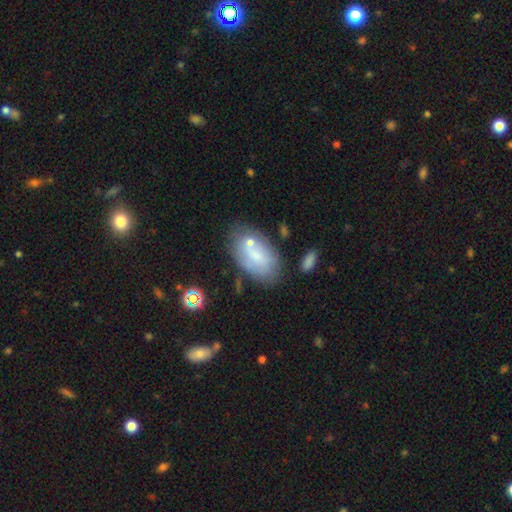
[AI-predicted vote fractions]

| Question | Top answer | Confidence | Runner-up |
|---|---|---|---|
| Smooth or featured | smooth | 65% | featured or disk (26%) |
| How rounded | in between | 93% | round (5%) |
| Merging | none | 58% | minor disturbance (21%) |